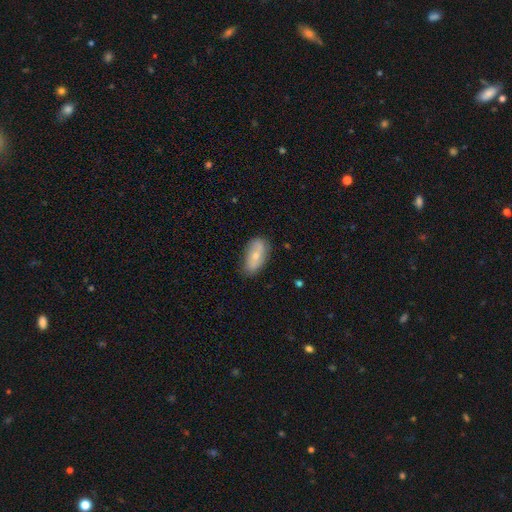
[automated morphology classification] Smooth or featured: smooth — 57% (featured or disk — 36%)
How rounded: in between — 90% (cigar-shaped — 6%)
Merging: none — 72% (minor disturbance — 22%)